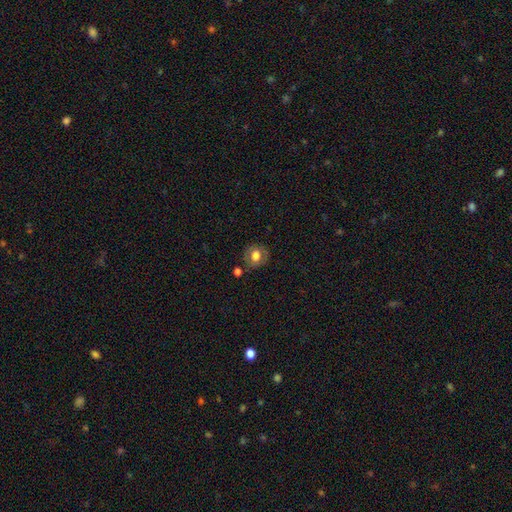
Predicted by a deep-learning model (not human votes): Smooth or featured?
  - smooth: 62% *
  - featured or disk: 29%
  - star or artifact: 9%
How rounded?
  - round: 72% *
  - in between: 27%
  - cigar-shaped: 1%
Merging?
  - none: 76% *
  - minor disturbance: 14%
  - merger: 6%
  - major disturbance: 5%